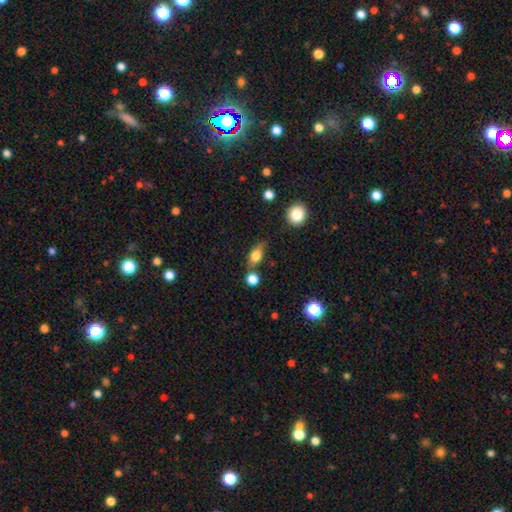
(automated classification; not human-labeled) This is likely a smooth galaxy (76%). How rounded: likely in between (71%). Merging: likely none (63%).